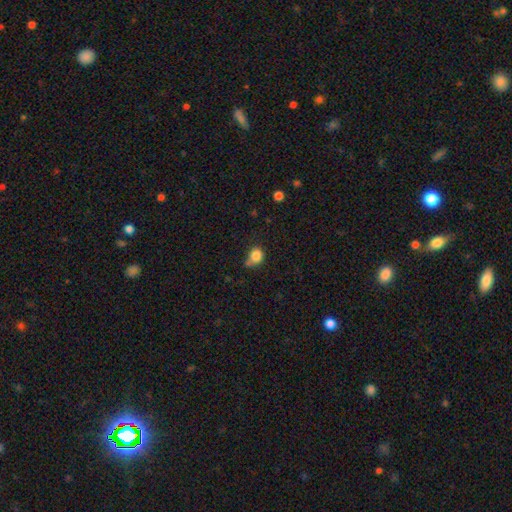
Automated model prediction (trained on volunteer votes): Smooth or featured? Predicted: smooth (p=0.84). How rounded? Predicted: round (p=0.64). Merging? Predicted: none (p=0.47).